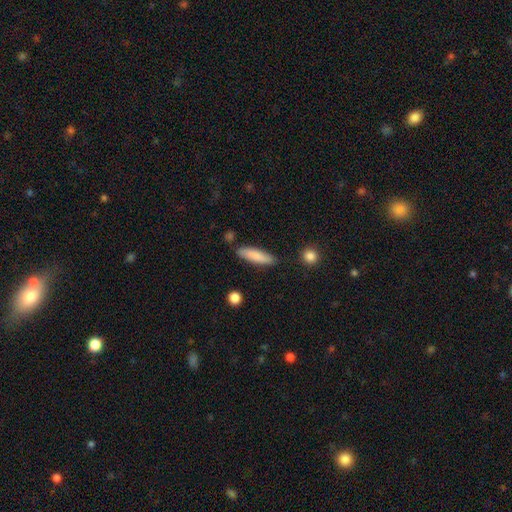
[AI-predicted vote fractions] smooth_or_featured: smooth (p=0.84) [alt: featured or disk p=0.11]
how_rounded: cigar-shaped (p=0.68) [alt: in between p=0.31]
merging: none (p=0.84) [alt: minor disturbance p=0.11]